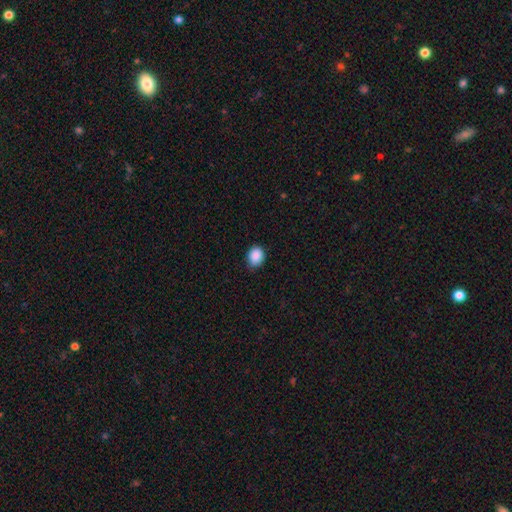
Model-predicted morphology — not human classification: A smooth galaxy with no disk features (89%) that is in between round and cigar-shaped (52%). Merging: none (81%).